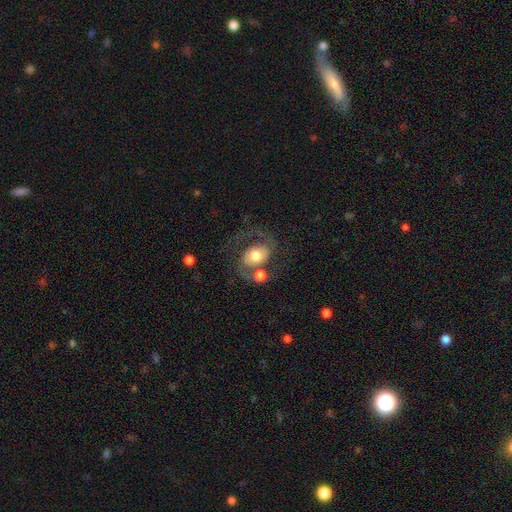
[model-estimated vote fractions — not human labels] smooth_or_featured: featured or disk (p=0.62) [alt: smooth p=0.30]
disk_edge_on: no (p=0.97) [alt: yes p=0.03]
bar: no (p=0.66) [alt: weak p=0.26]
has_spiral_arms: yes (p=0.79) [alt: no p=0.21]
bulge_size: moderate (p=0.61) [alt: large p=0.25]
merging: none (p=0.43) [alt: merger p=0.24]